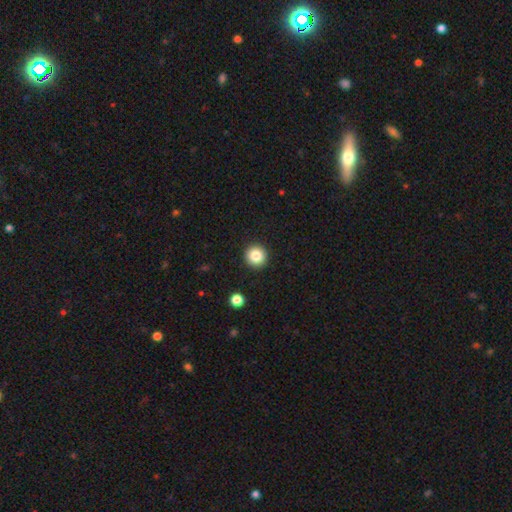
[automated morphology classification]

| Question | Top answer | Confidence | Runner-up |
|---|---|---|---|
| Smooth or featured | smooth | 84% | star or artifact (10%) |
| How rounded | round | 95% | in between (4%) |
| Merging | none | 93% | minor disturbance (4%) |